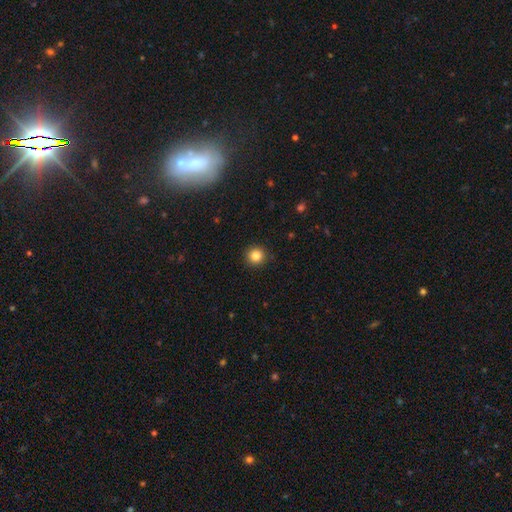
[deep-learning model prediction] Smooth or featured?
  - smooth: 84% *
  - star or artifact: 11%
  - featured or disk: 5%
How rounded?
  - round: 94% *
  - in between: 5%
  - cigar-shaped: 1%
Merging?
  - none: 92% *
  - minor disturbance: 5%
  - major disturbance: 2%
  - merger: 1%